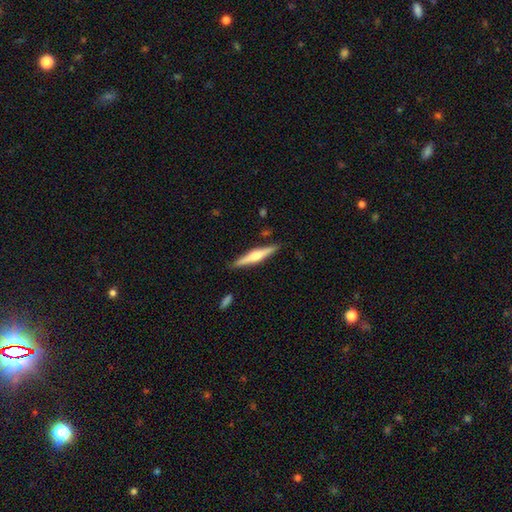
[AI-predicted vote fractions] Smooth or featured: featured or disk — 62% (smooth — 33%)
Edge-on disk: yes — 97% (no — 3%)
Edge-on bulge: rounded — 83% (boxy — 10%)
Merging: none — 88% (minor disturbance — 8%)